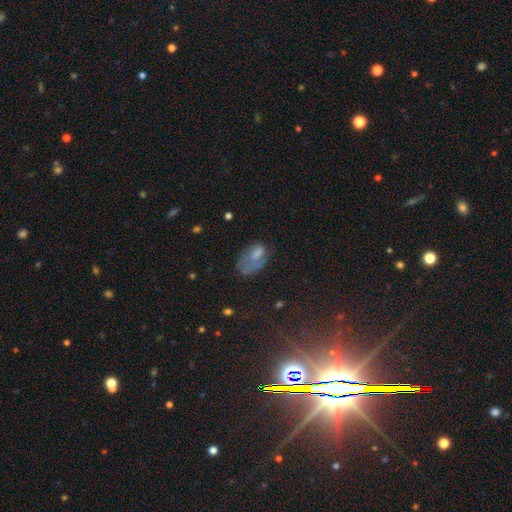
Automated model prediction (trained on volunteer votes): Overall: smooth (52%; featured or disk 35%). How rounded: in between (89%). Merging: none (35%; major disturbance 34%).